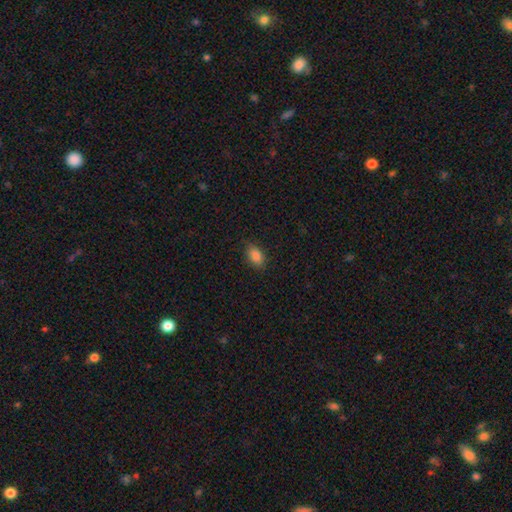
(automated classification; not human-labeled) A smooth galaxy with no disk features (86%) that is in between round and cigar-shaped (90%).

Vote fractions:
- Smooth or featured? smooth: 86% / star or artifact: 9% / featured or disk: 5%
- How rounded? in between: 90% / round: 8% / cigar-shaped: 2%
- Merging? none: 84% / minor disturbance: 12% / major disturbance: 3% / merger: 1%